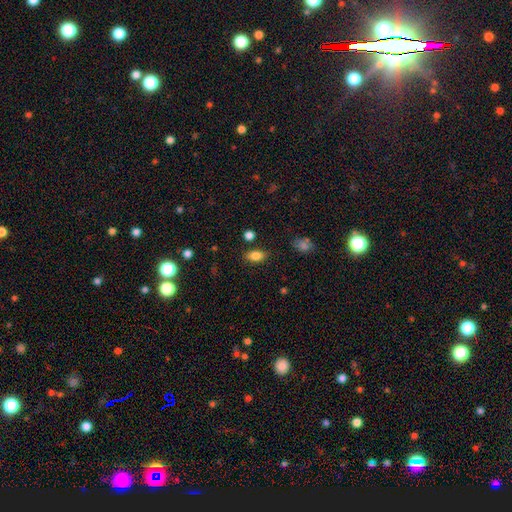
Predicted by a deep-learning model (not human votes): smooth 84%, star or artifact 9%, featured or disk 7%. Down the decision tree: how rounded — in between (89%); merging — none (83%).